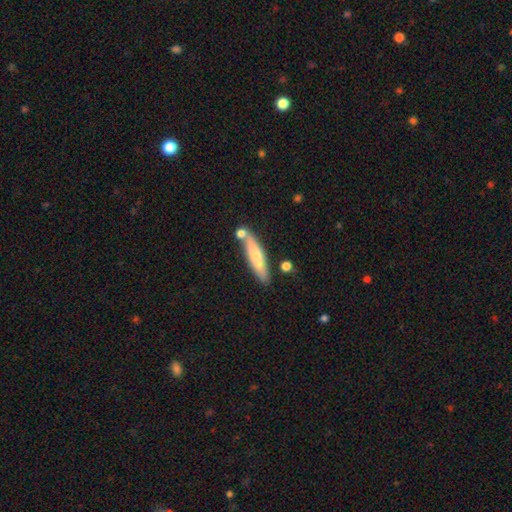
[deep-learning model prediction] Smooth or featured? Predicted: smooth (p=0.62). How rounded? Predicted: cigar-shaped (p=0.84). Merging? Predicted: none (p=0.74).